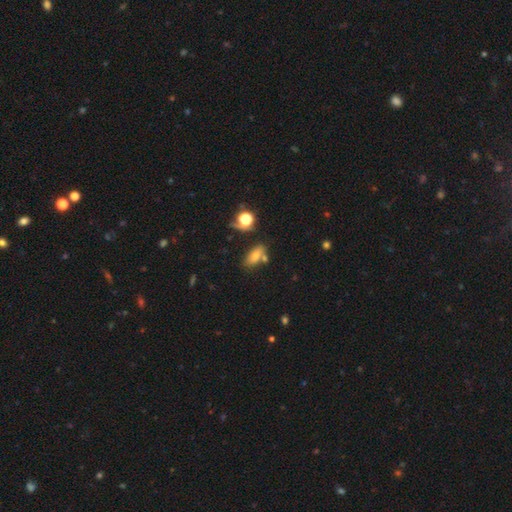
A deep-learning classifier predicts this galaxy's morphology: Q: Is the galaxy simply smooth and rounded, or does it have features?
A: smooth — 71%.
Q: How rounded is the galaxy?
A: in between — 79%.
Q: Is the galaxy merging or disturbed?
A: none — 65%.